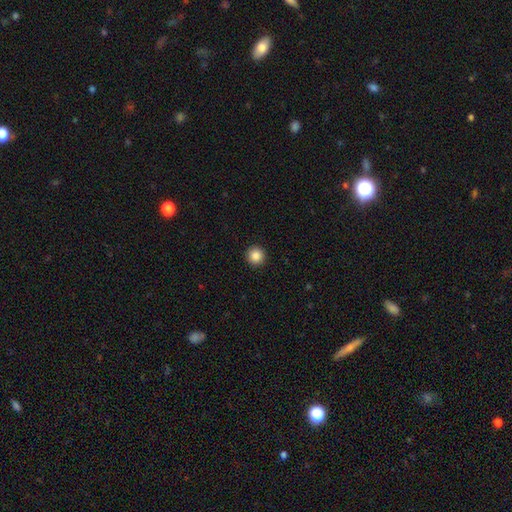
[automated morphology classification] Smooth or featured? Predicted: smooth (p=0.87). How rounded? Predicted: round (p=0.95). Merging? Predicted: none (p=0.94).